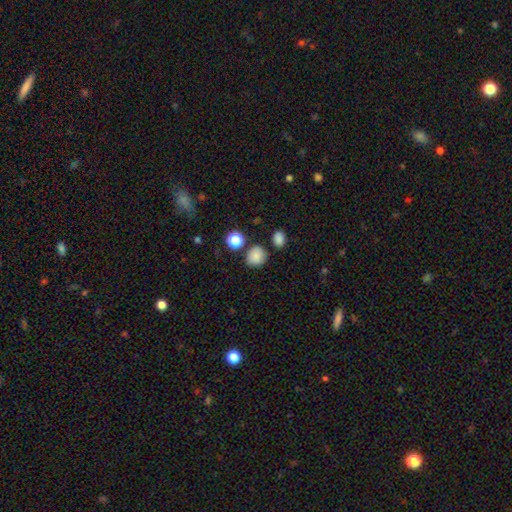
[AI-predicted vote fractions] Morphology: type=smooth (83%); roundness=round (76%); merging=none (78%).